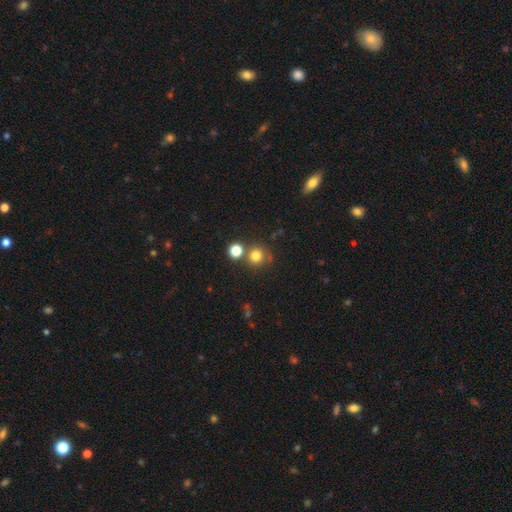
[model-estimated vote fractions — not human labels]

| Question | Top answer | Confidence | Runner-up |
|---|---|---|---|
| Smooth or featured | smooth | 78% | star or artifact (15%) |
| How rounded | round | 91% | in between (9%) |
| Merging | none | 68% | merger (18%) |